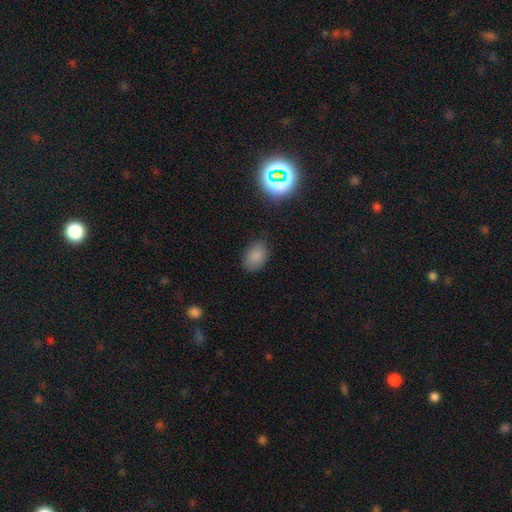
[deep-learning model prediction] A smooth galaxy with no disk features (83%) that is in between round and cigar-shaped (83%).

Vote fractions:
- Smooth or featured? smooth: 83% / star or artifact: 12% / featured or disk: 5%
- How rounded? in between: 83% / round: 16% / cigar-shaped: 1%
- Merging? none: 82% / minor disturbance: 14% / major disturbance: 3% / merger: 1%